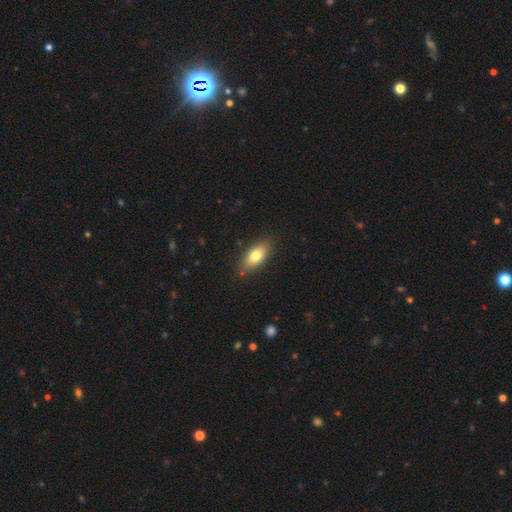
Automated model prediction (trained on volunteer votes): Morphology: type=smooth (77%); roundness=in between (84%); merging=none (84%).